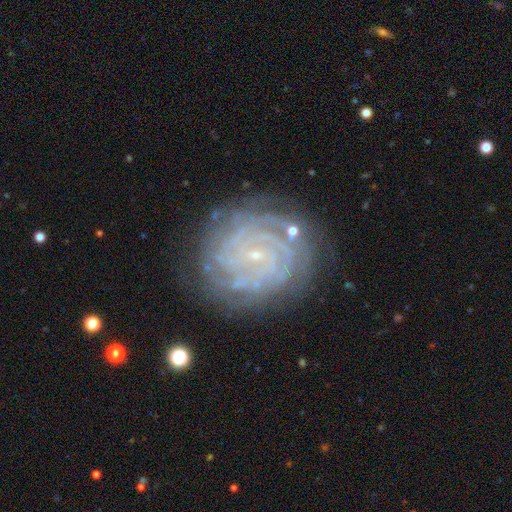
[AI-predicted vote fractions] This appears to be a featured or disk galaxy (86%) with no bar (58%), 4 (25%) tight (85%) spiral arms (97%) and a small central bulge (88%). Merging: none (80%).